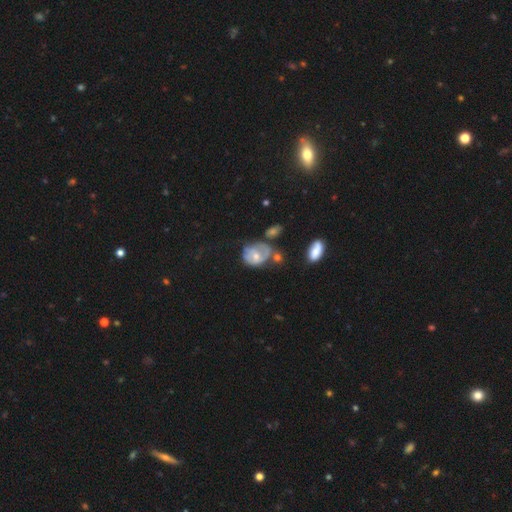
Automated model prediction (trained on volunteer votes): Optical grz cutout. It shows a featured or disk galaxy (57%) with no bar (68%), spiral arms (63%) and a moderate central bulge (54%). Merging: none (33%).